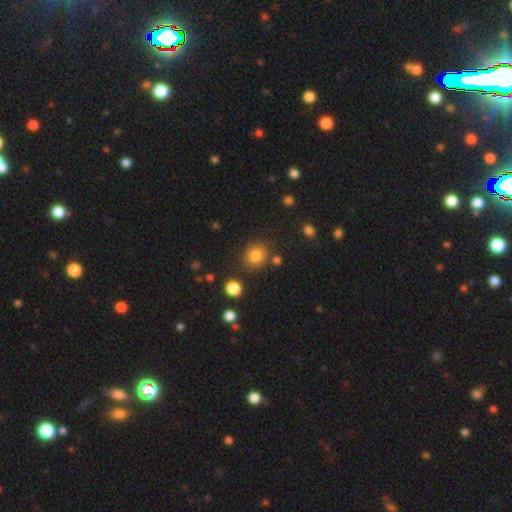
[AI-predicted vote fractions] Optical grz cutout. It shows a smooth galaxy with no disk features (82%) that is round (80%). Merging: none (81%).